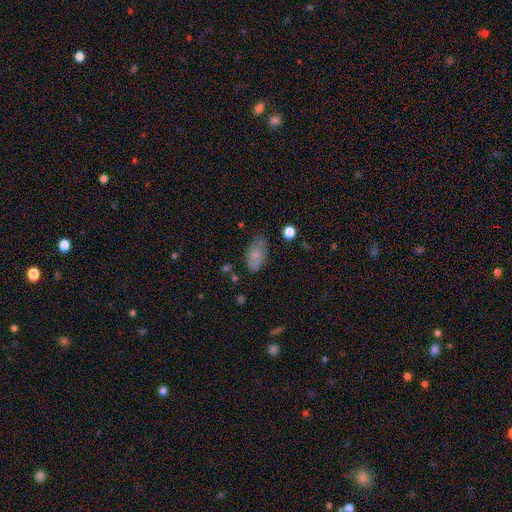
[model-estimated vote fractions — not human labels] This appears to be a smooth galaxy with no disk features (76%) that is in between round and cigar-shaped (93%). Merging: none (70%).